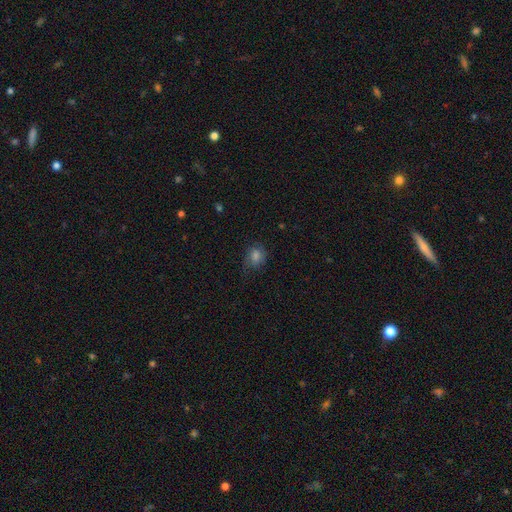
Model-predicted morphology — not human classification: Smooth or featured: smooth — 65% (featured or disk — 20%)
How rounded: round — 55% (in between — 44%)
Merging: none — 61% (minor disturbance — 25%)